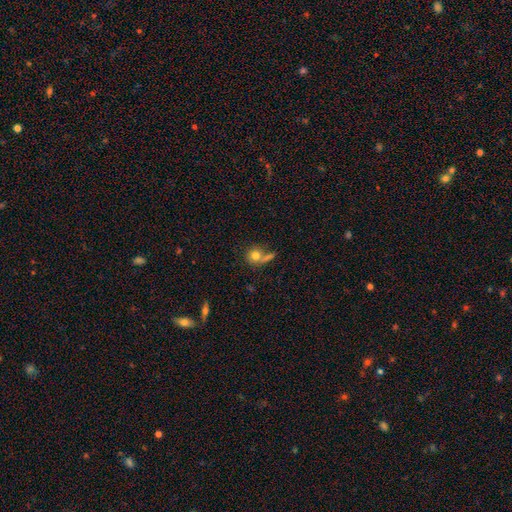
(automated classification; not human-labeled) A smooth galaxy with no disk features (76%) that is round (81%). Merging: none (44%).